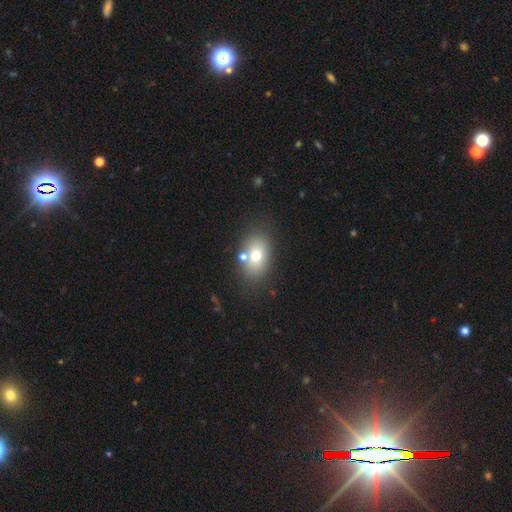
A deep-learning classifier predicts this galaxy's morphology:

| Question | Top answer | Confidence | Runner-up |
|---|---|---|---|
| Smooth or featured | smooth | 69% | featured or disk (19%) |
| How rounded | in between | 77% | round (22%) |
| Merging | none | 68% | merger (15%) |